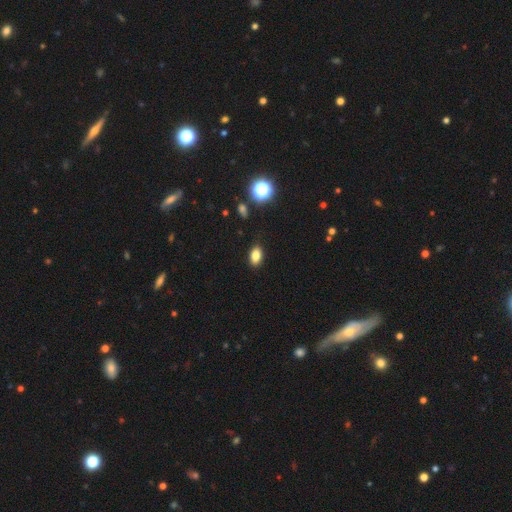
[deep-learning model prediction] Overall: smooth (82%). How rounded: in between (87%). Merging: none (87%).